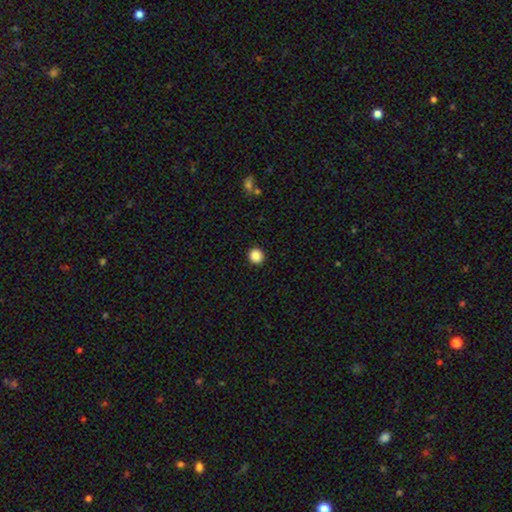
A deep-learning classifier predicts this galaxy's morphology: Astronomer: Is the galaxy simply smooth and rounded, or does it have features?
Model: smooth — 88%.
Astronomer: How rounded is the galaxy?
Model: round — 92%.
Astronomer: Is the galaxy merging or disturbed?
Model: none — 93%.